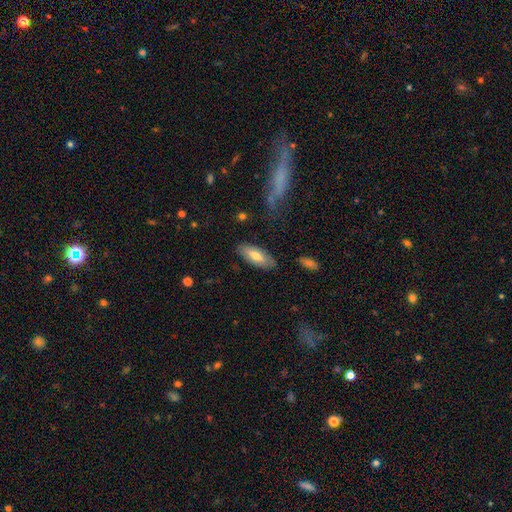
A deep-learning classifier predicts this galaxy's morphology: type=smooth (65%); roundness=in between (78%); merging=none (82%).